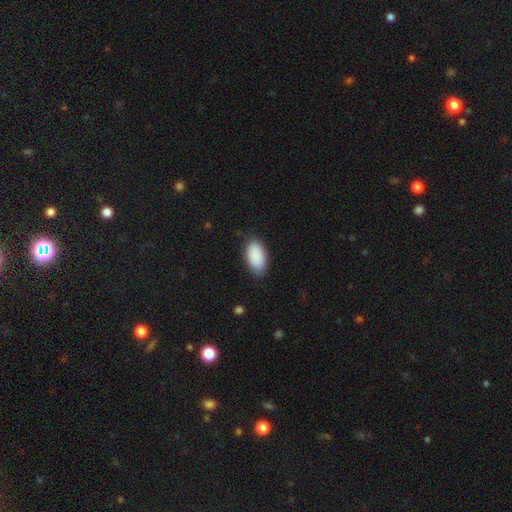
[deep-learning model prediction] This appears to be a smooth galaxy with no disk features (90%) that is in between round and cigar-shaped (95%). Merging: none (83%).